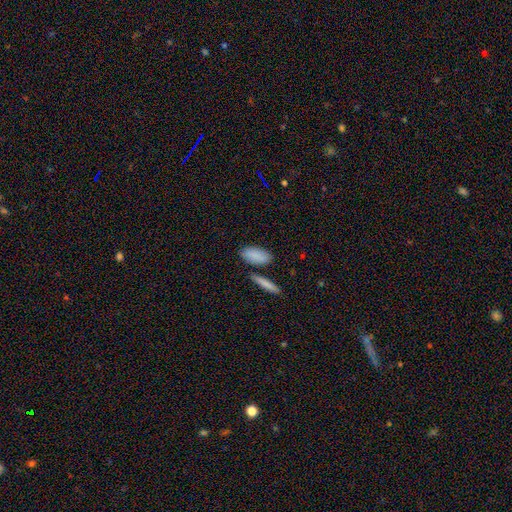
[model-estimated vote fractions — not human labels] This is clearly a smooth galaxy (88%). How rounded: clearly in between (85%). Merging: likely none (76%).